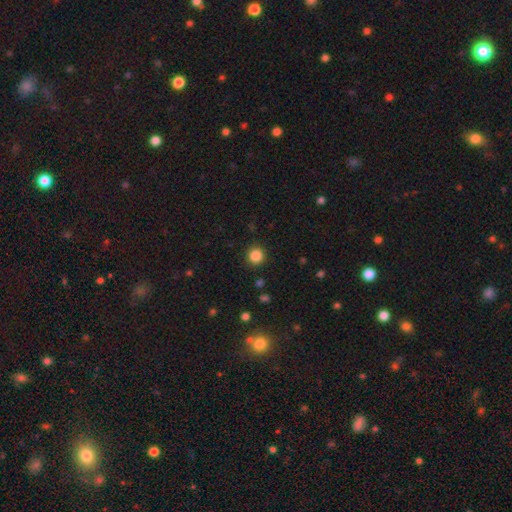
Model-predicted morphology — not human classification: Overall: smooth (85%). How rounded: round (94%). Merging: none (91%).